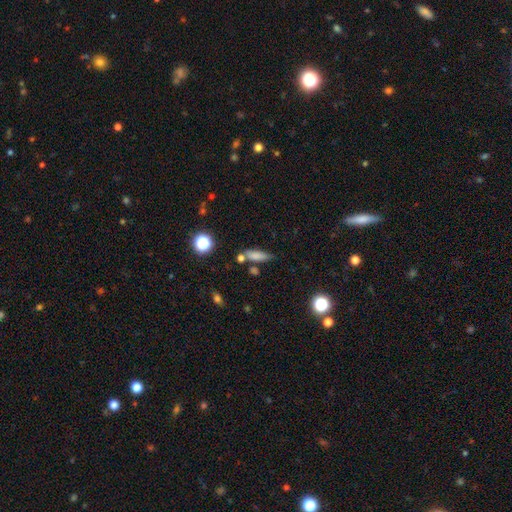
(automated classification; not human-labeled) The model was most divided on "how rounded": cigar-shaped: 48%, in between: 46%, round: 6%. More confident: smooth or featured — smooth (76%); merging — none (62%).